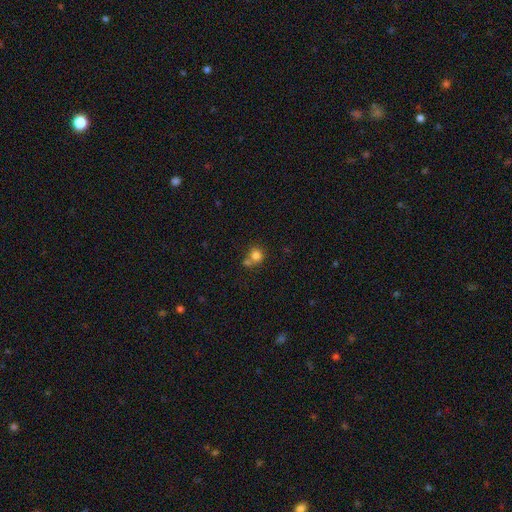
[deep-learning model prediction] Q: Smooth or featured?
A: smooth (80%); runner-up: star or artifact (12%)
Q: How rounded?
A: round (84%); runner-up: in between (15%)
Q: Merging?
A: none (50%); runner-up: merger (35%)